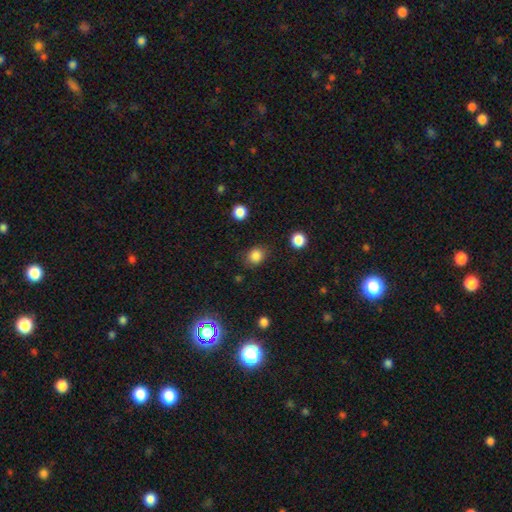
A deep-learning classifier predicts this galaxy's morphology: Smooth or featured? Predicted: smooth (p=0.85). How rounded? Predicted: round (p=0.64). Merging? Predicted: none (p=0.80).